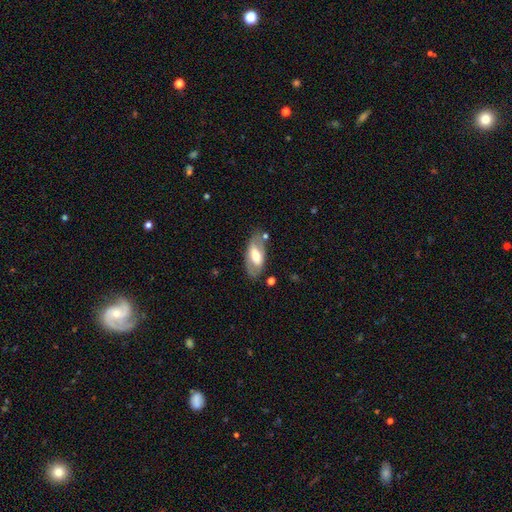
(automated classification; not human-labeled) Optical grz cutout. It shows a featured or disk galaxy (53%). Merging: none (72%).